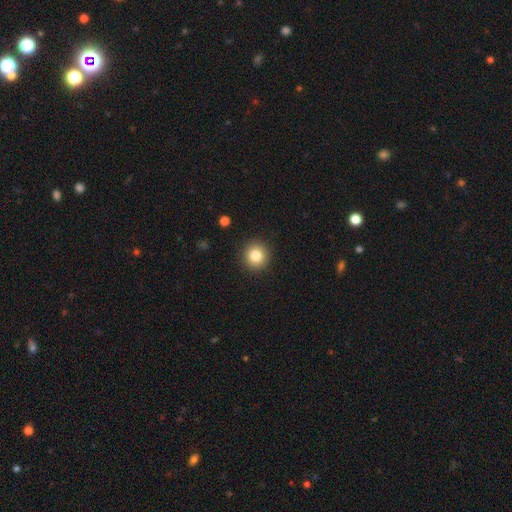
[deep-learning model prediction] This is clearly a smooth galaxy (82%). How rounded: clearly round (94%). Merging: clearly none (92%).